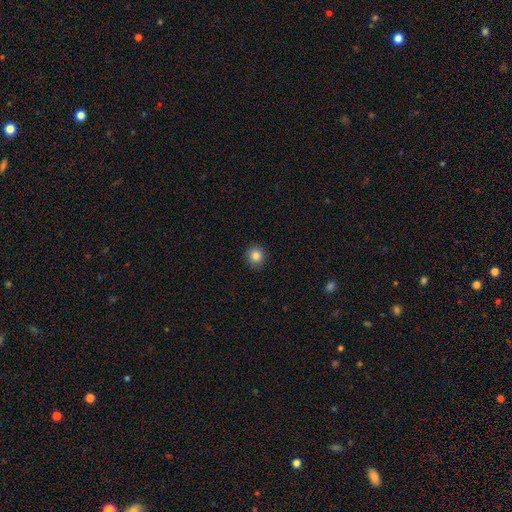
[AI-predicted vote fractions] Smooth or featured? smooth (84%)
How rounded? round (89%)
Merging? none (92%)